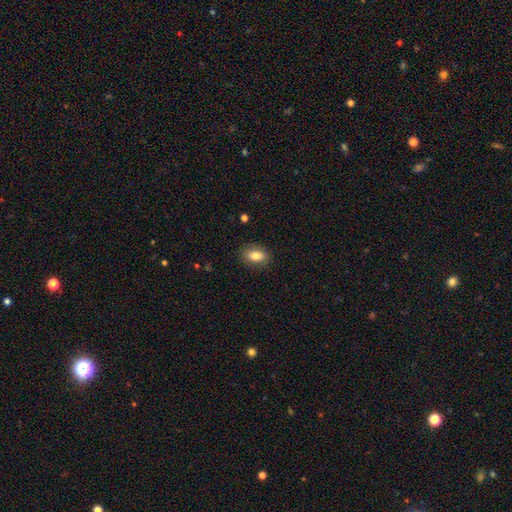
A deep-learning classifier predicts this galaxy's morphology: smooth-or-featured: smooth: 84% | featured or disk: 8% | star or artifact: 8%
  how-rounded: in between: 83% | round: 15% | cigar-shaped: 2%
  merging: none: 84% | minor disturbance: 12% | major disturbance: 3% | merger: 1%